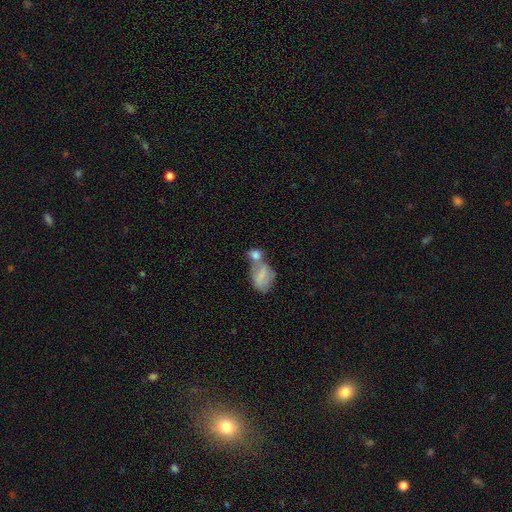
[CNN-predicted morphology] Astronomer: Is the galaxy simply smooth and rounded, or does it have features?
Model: smooth — 75%.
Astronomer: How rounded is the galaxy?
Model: in between — 72%.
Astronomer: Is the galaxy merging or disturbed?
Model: merger — 64%.